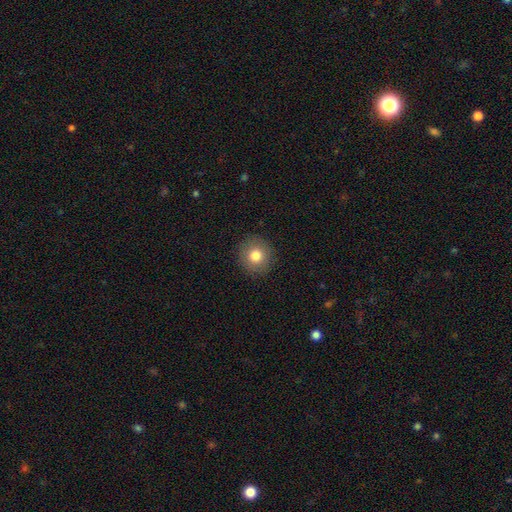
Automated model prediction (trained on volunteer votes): Smooth or featured? Predicted: smooth (p=0.80). How rounded? Predicted: round (p=0.91). Merging? Predicted: none (p=0.91).